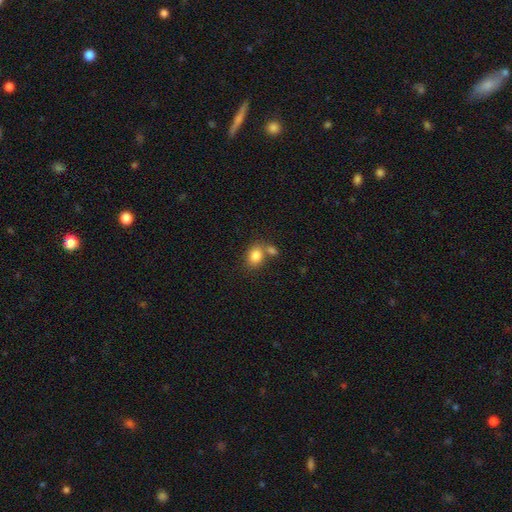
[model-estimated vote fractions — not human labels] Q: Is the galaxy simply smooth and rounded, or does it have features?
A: smooth — 83%.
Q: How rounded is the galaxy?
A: in between — 56%.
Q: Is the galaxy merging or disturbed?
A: none — 52%.